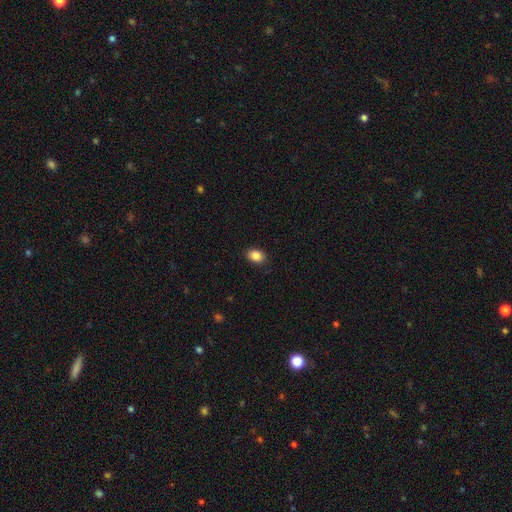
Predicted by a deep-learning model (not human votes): A smooth galaxy with no disk features (86%) that is in between round and cigar-shaped (74%). Merging: none (89%).